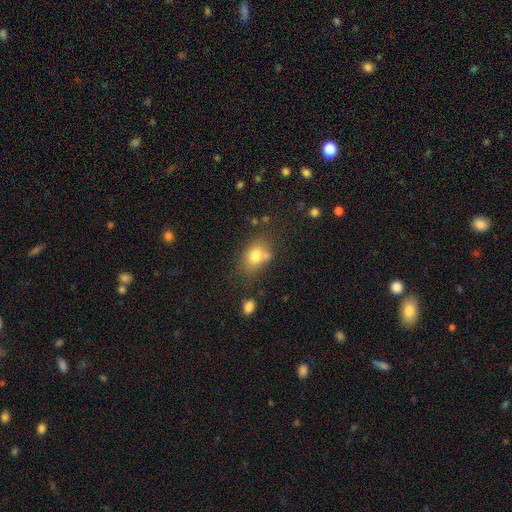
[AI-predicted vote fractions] Q: Smooth or featured?
A: smooth (76%); runner-up: featured or disk (14%)
Q: How rounded?
A: in between (68%); runner-up: round (30%)
Q: Merging?
A: none (53%); runner-up: minor disturbance (20%)